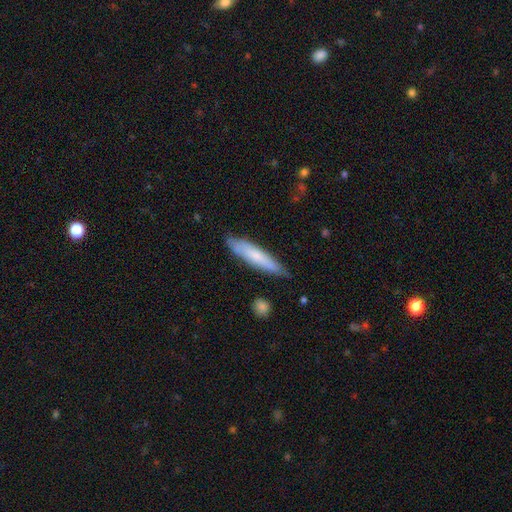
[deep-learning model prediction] A smooth galaxy with no disk features (63%) that is cigar-shaped (83%). Merging: none (78%).